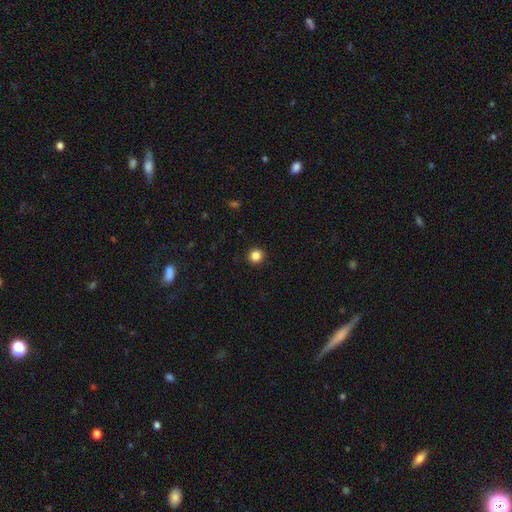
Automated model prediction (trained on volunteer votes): Smooth or featured?
  - smooth: 85% *
  - star or artifact: 11%
  - featured or disk: 3%
How rounded?
  - round: 92% *
  - in between: 7%
  - cigar-shaped: 1%
Merging?
  - none: 93% *
  - minor disturbance: 5%
  - major disturbance: 2%
  - merger: 1%